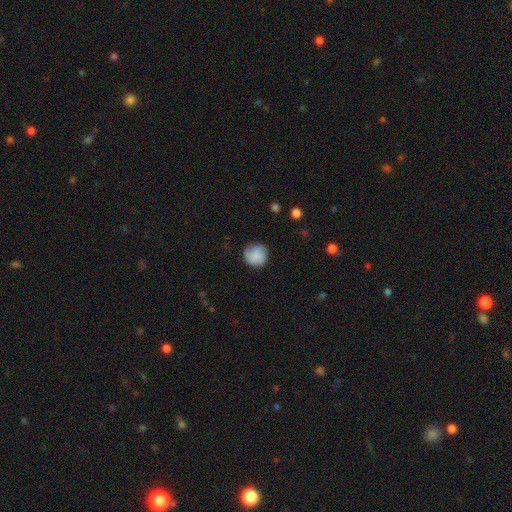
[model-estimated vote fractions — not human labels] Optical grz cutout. It shows a smooth galaxy with no disk features (76%) that is round (89%). Merging: none (72%).